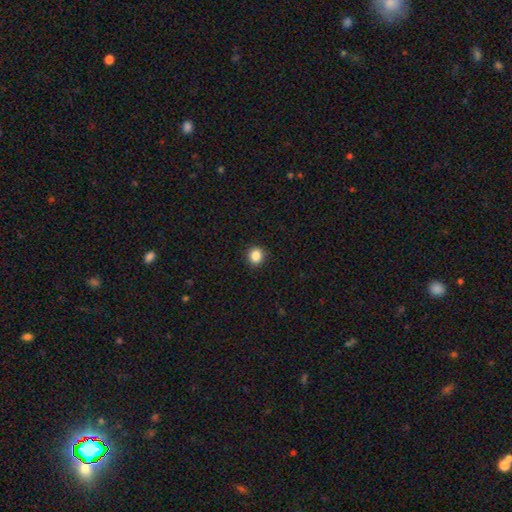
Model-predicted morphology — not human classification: Smooth or featured? smooth (86%)
How rounded? round (84%)
Merging? none (91%)